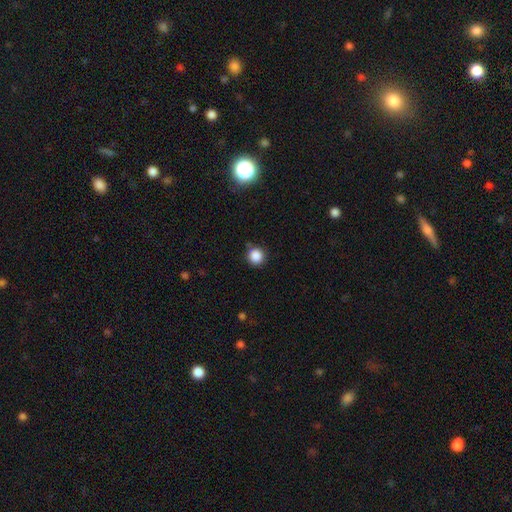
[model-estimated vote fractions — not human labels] Smooth or featured? smooth (86%)
How rounded? round (94%)
Merging? none (83%)